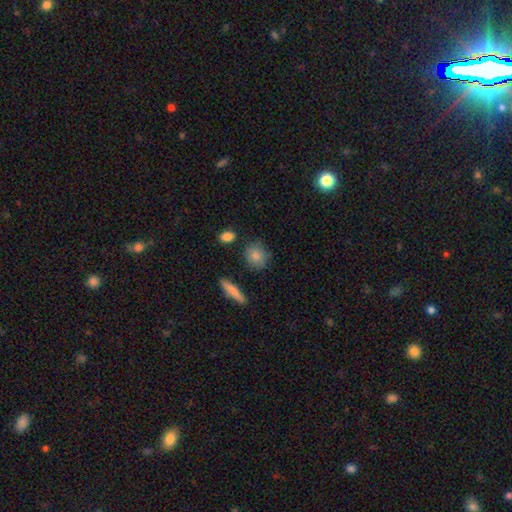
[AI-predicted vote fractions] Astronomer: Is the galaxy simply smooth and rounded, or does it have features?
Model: smooth — 84%.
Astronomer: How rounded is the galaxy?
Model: round — 67%.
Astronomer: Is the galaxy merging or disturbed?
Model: none — 77%.